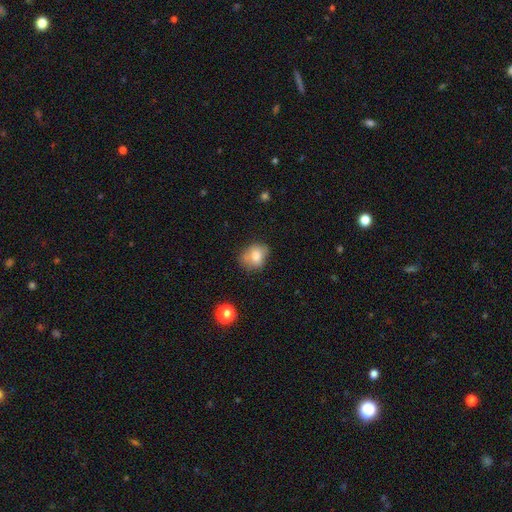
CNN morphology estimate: Q: Smooth or featured?
A: smooth (76%); runner-up: featured or disk (14%)
Q: How rounded?
A: round (50%); runner-up: in between (49%)
Q: Merging?
A: none (53%); runner-up: minor disturbance (30%)